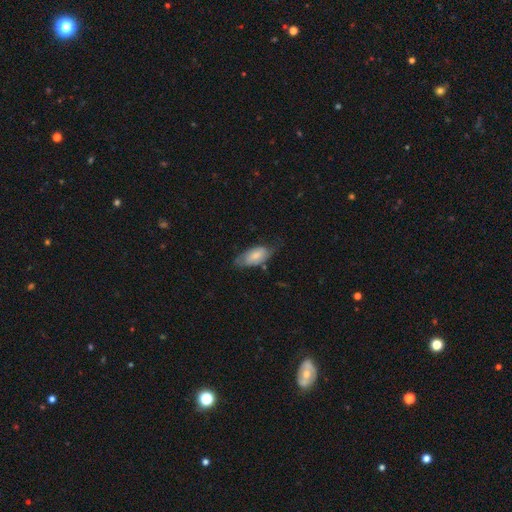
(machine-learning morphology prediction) A smooth galaxy with no disk features (68%) that is in between round and cigar-shaped (90%). Merging: none (54%).